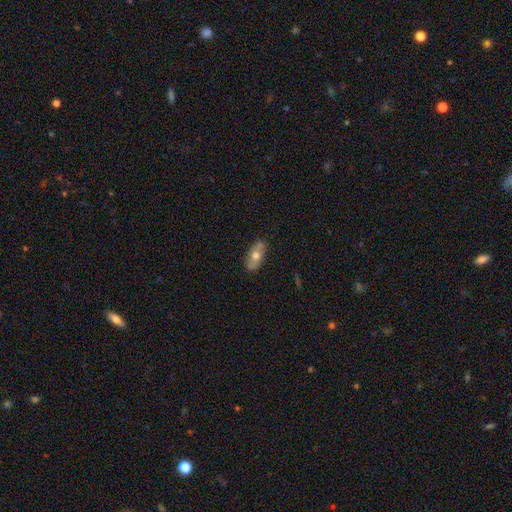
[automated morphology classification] smooth 55%, featured or disk 39%, star or artifact 7%. Down the decision tree: how rounded — in between (82%); merging — none (81%).